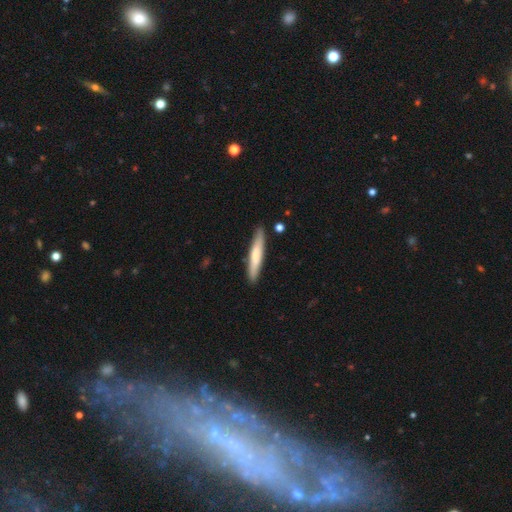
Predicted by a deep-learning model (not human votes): Smooth or featured?
  - smooth: 67% *
  - featured or disk: 28%
  - star or artifact: 5%
How rounded?
  - cigar-shaped: 91% *
  - in between: 8%
  - round: 1%
Merging?
  - none: 87% *
  - minor disturbance: 9%
  - merger: 2%
  - major disturbance: 2%